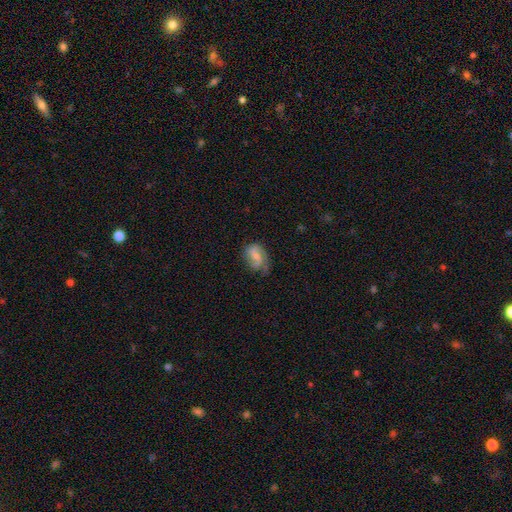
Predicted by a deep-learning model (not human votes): Overall: featured or disk (66%; smooth 27%). Edge-on disk: no (97%). Bar: weak (48%; no 40%). Spiral arms: yes (92%). Spiral arm count: 2 (65%). Spiral winding: medium (46%; tight 27%). Bulge size: small (43%; moderate 35%). Merging: none (52%; minor disturbance 29%).